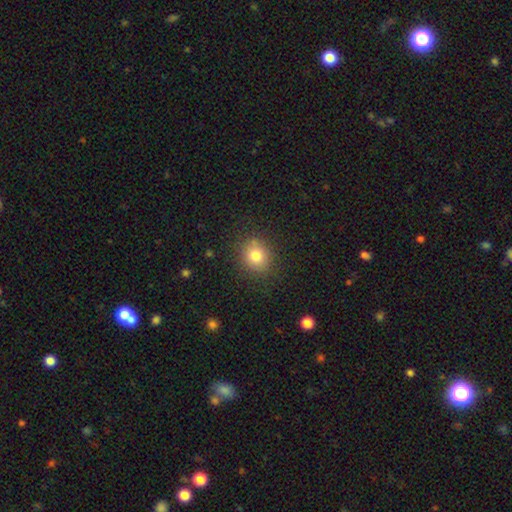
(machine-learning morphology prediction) Overall: smooth (79%). How rounded: round (75%). Merging: none (84%).